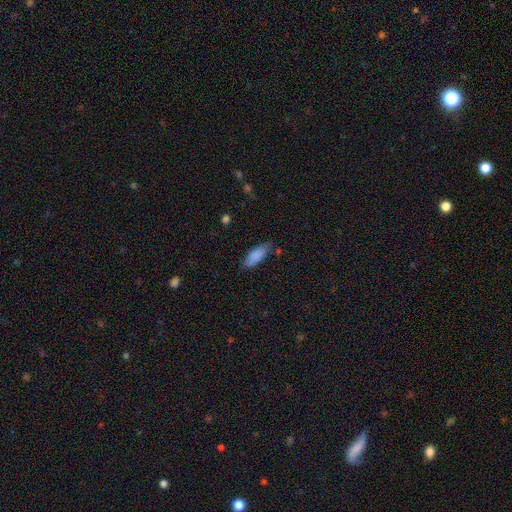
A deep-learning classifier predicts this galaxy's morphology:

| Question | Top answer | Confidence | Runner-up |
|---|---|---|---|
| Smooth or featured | smooth | 86% | featured or disk (7%) |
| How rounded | in between | 71% | cigar-shaped (27%) |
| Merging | none | 73% | minor disturbance (21%) |